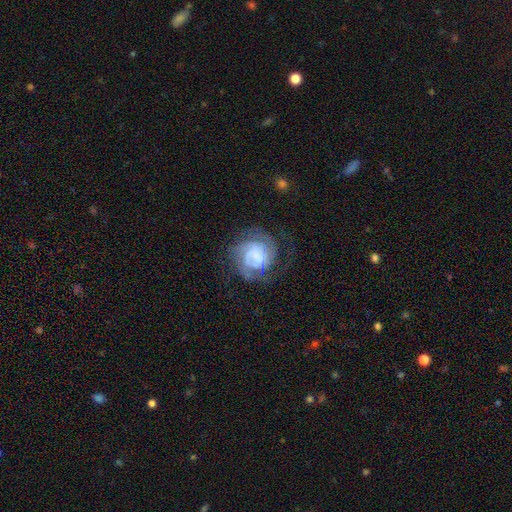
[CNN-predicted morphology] smooth_or_featured: featured or disk (p=0.79) [alt: smooth p=0.14]
disk_edge_on: no (p=0.98) [alt: yes p=0.02]
bar: no (p=0.56) [alt: weak p=0.35]
has_spiral_arms: yes (p=0.94) [alt: no p=0.06]
spiral_winding: tight (p=0.60) [alt: medium p=0.32]
spiral_arm_count: 2 (p=0.31) [alt: can't tell p=0.27]
bulge_size: small (p=0.46) [alt: none p=0.36]
merging: none (p=0.64) [alt: minor disturbance p=0.17]